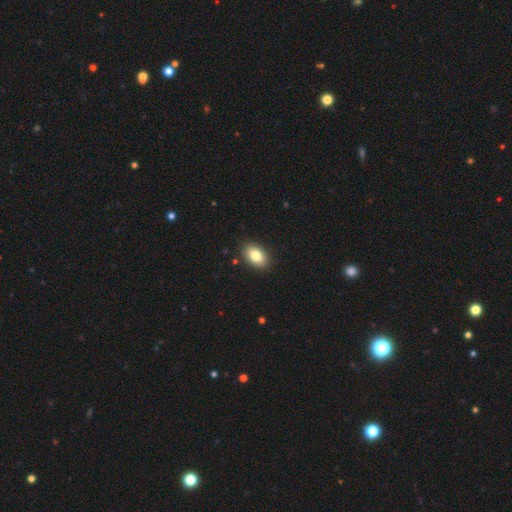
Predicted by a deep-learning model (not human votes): smooth_or_featured: smooth (p=0.82) [alt: featured or disk p=0.10]
how_rounded: in between (p=0.89) [alt: round p=0.09]
merging: none (p=0.89) [alt: minor disturbance p=0.08]